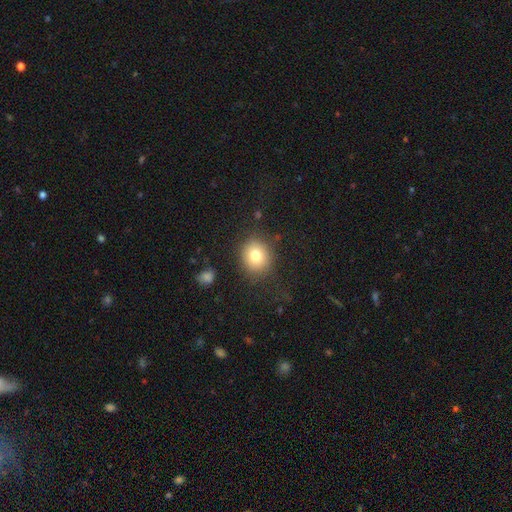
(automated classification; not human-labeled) Q: Smooth or featured?
A: smooth (79%); runner-up: star or artifact (11%)
Q: How rounded?
A: round (79%); runner-up: in between (20%)
Q: Merging?
A: none (83%); runner-up: minor disturbance (11%)